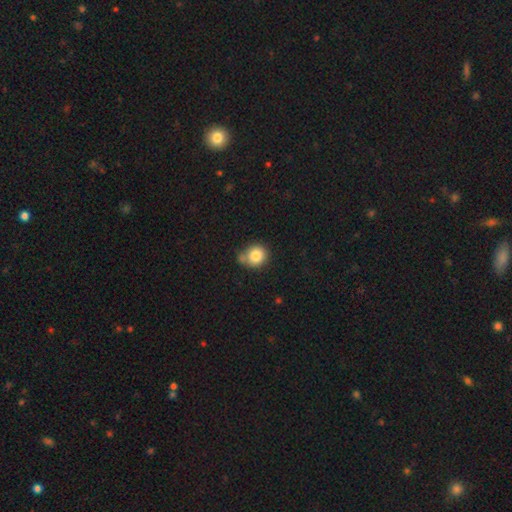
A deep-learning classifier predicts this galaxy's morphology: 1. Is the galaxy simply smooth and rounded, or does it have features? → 83% smooth, 10% star or artifact, 8% featured or disk.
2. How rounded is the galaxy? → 84% round, 15% in between, 1% cigar-shaped.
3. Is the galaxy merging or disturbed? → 58% none, 20% minor disturbance, 17% merger, 5% major disturbance.